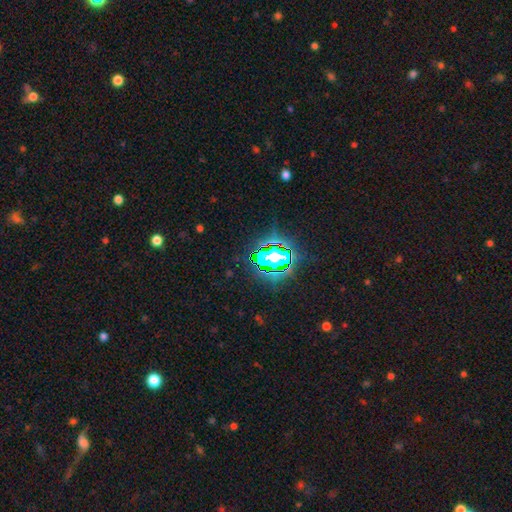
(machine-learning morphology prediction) Smooth or featured?
  - star or artifact: 81% *
  - smooth: 12%
  - featured or disk: 8%